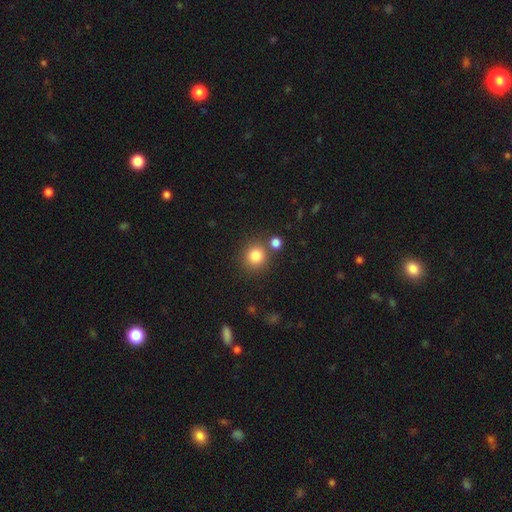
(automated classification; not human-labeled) Smooth or featured? smooth (83%)
How rounded? round (89%)
Merging? none (77%)